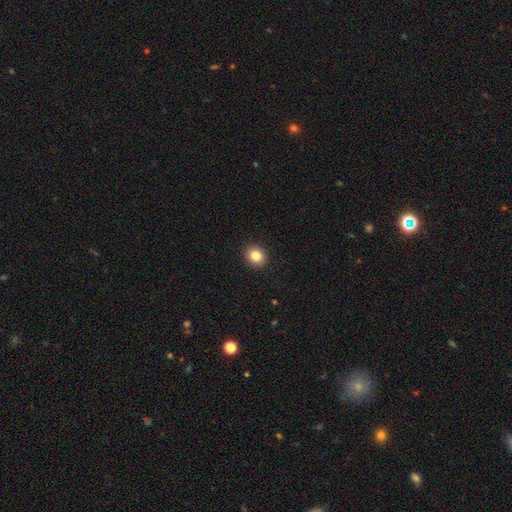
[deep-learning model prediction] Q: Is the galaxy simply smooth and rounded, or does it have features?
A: smooth — 84%.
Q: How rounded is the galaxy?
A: round — 76%.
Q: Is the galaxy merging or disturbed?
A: none — 92%.